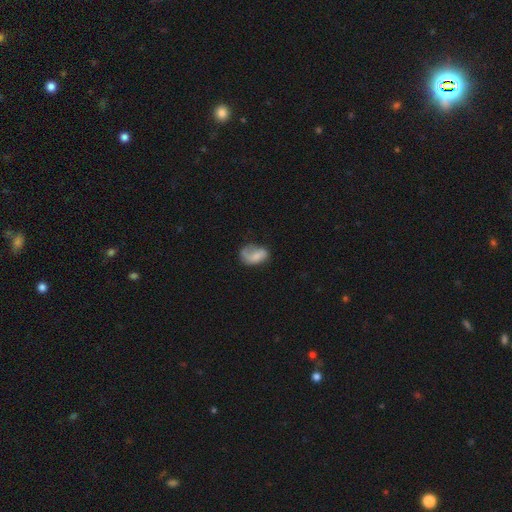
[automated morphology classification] Smooth or featured?
  - smooth: 62% *
  - featured or disk: 30%
  - star or artifact: 8%
How rounded?
  - in between: 84% *
  - round: 14%
  - cigar-shaped: 2%
Merging?
  - none: 39% *
  - minor disturbance: 31%
  - major disturbance: 26%
  - merger: 4%